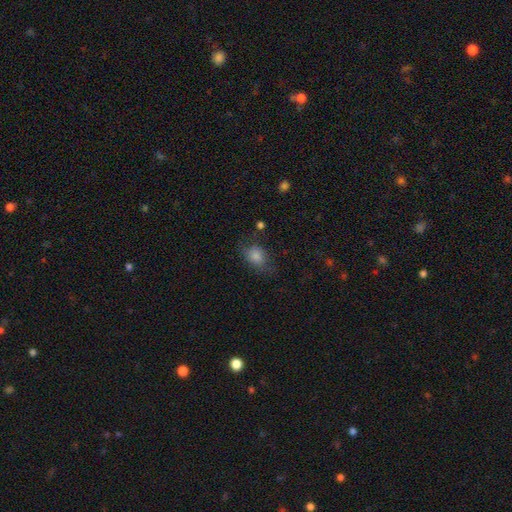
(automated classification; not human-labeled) The model was most divided on "how rounded": in between: 61%, round: 37%, cigar-shaped: 2%. More confident: smooth or featured — smooth (72%); merging — none (63%).